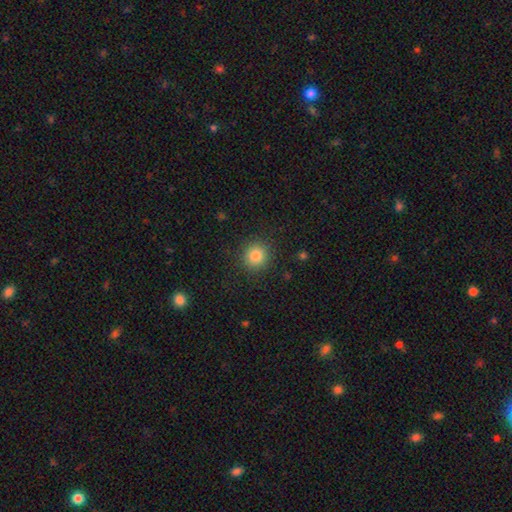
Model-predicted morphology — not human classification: This is clearly a smooth galaxy (82%). How rounded: clearly round (91%). Merging: clearly none (90%).